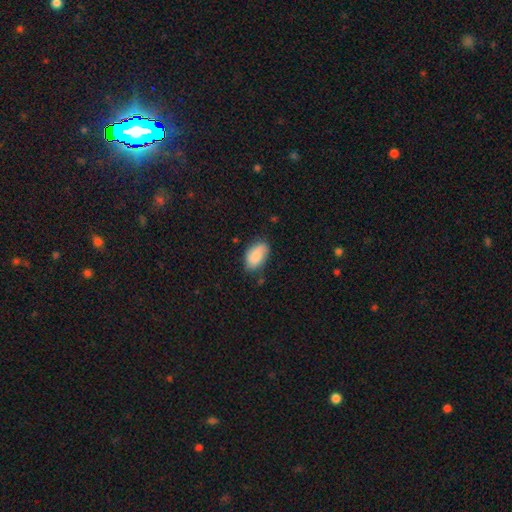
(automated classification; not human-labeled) Smooth or featured? Predicted: smooth (p=0.81). How rounded? Predicted: in between (p=0.93). Merging? Predicted: none (p=0.70).